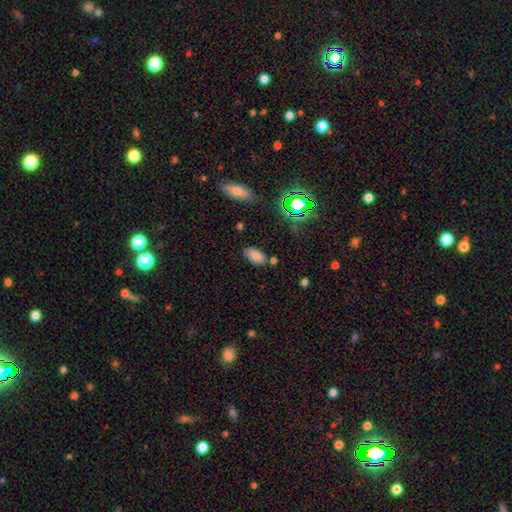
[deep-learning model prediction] Overall: smooth (79%). How rounded: in between (93%). Merging: none (76%).